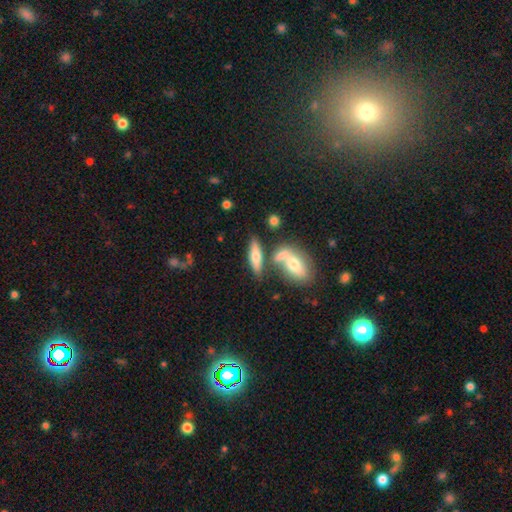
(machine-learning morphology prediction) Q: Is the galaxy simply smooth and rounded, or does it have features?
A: smooth — 57%.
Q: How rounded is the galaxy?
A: in between — 51%.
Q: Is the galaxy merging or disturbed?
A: none — 58%.